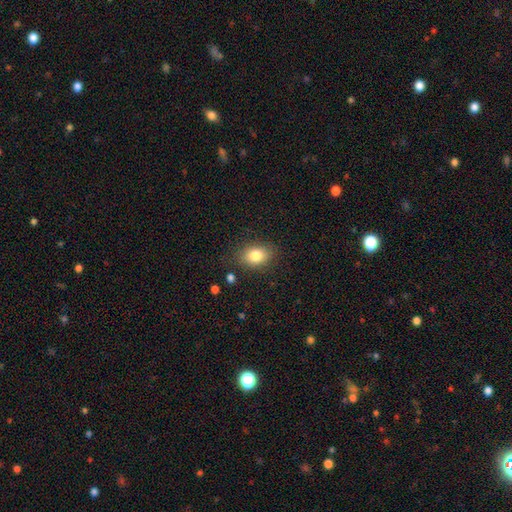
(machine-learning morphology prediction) smooth-or-featured: smooth: 81% | featured or disk: 10% | star or artifact: 9%
  how-rounded: in between: 74% | round: 25% | cigar-shaped: 1%
  merging: none: 83% | minor disturbance: 12% | major disturbance: 3% | merger: 2%